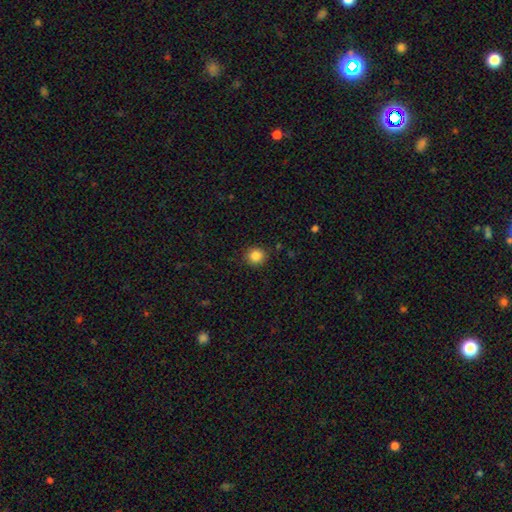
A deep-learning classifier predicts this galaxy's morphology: A smooth galaxy with no disk features (86%) that is round (90%). Merging: none (90%).